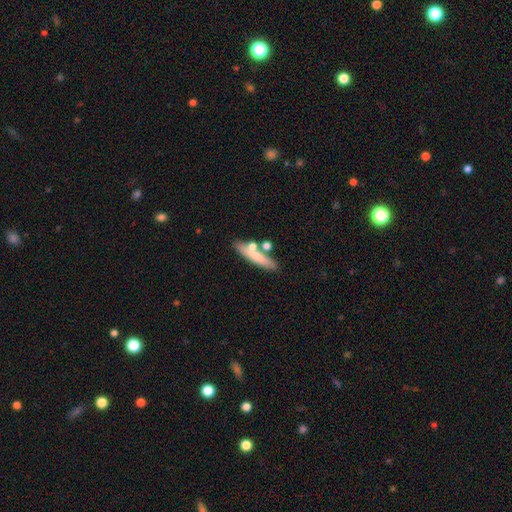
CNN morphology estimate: Smooth or featured? smooth (69%)
How rounded? cigar-shaped (74%)
Merging? none (66%)